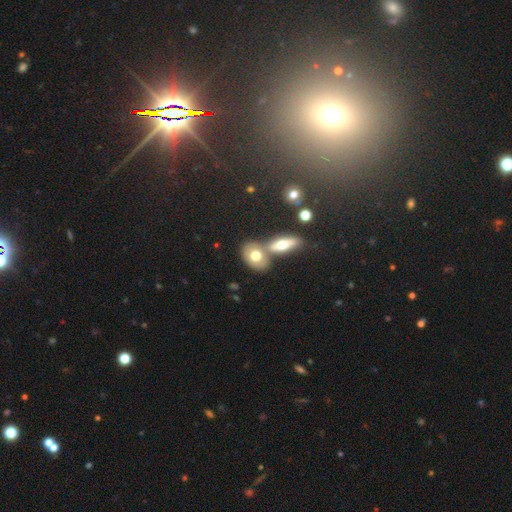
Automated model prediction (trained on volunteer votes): Q: Smooth or featured?
A: smooth (62%); runner-up: featured or disk (31%)
Q: How rounded?
A: in between (79%); runner-up: round (17%)
Q: Merging?
A: none (49%); runner-up: merger (37%)